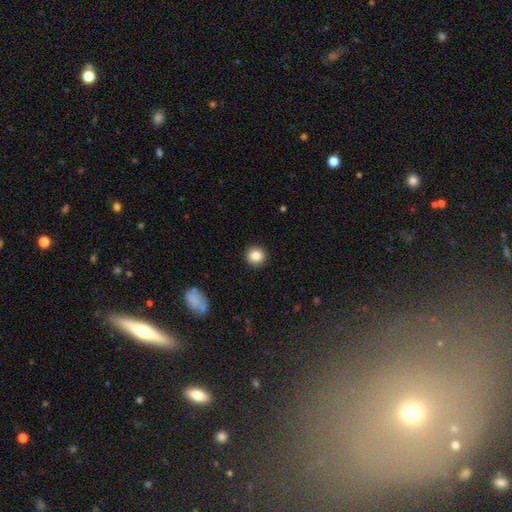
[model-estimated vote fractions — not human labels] This is clearly a smooth galaxy (86%). How rounded: clearly round (93%). Merging: clearly none (92%).